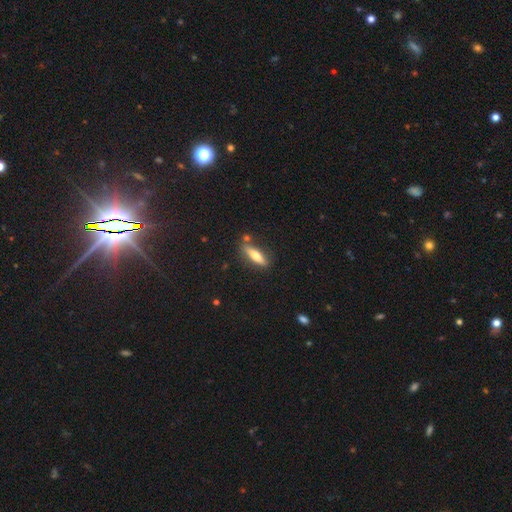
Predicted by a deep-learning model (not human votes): This appears to be a smooth galaxy with no disk features (60%) that is cigar-shaped (63%). Merging: none (78%).